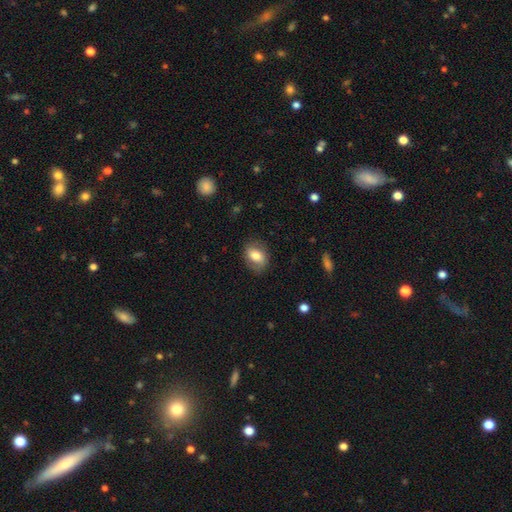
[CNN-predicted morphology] Smooth or featured: smooth — 67% (featured or disk — 25%)
How rounded: in between — 70% (round — 28%)
Merging: none — 78% (minor disturbance — 16%)